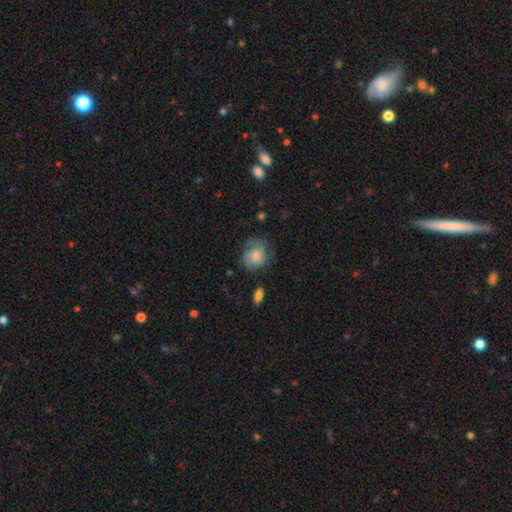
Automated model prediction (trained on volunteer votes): smooth-or-featured: smooth: 57% | featured or disk: 35% | star or artifact: 8%
  how-rounded: round: 67% | in between: 31% | cigar-shaped: 1%
  merging: none: 58% | minor disturbance: 27% | major disturbance: 13% | merger: 2%